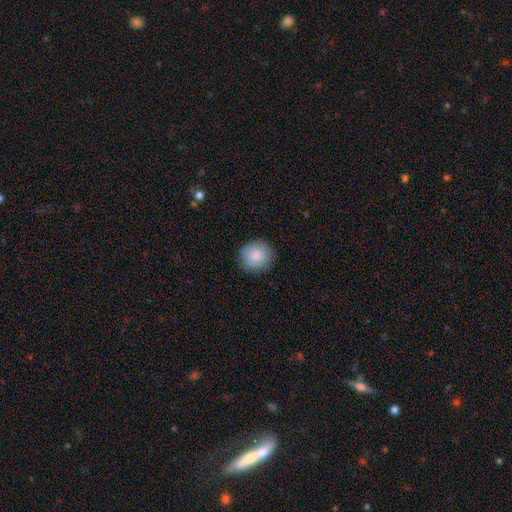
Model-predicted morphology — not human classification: Smooth or featured: smooth — 85% (featured or disk — 8%)
How rounded: round — 84% (in between — 15%)
Merging: none — 87% (minor disturbance — 10%)